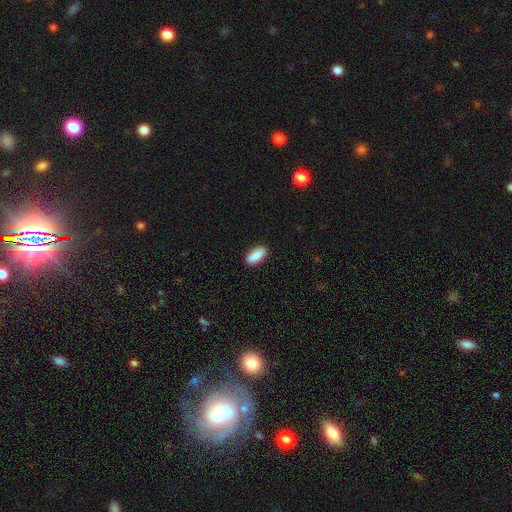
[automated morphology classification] type=smooth (89%); roundness=in between (84%); merging=none (87%).